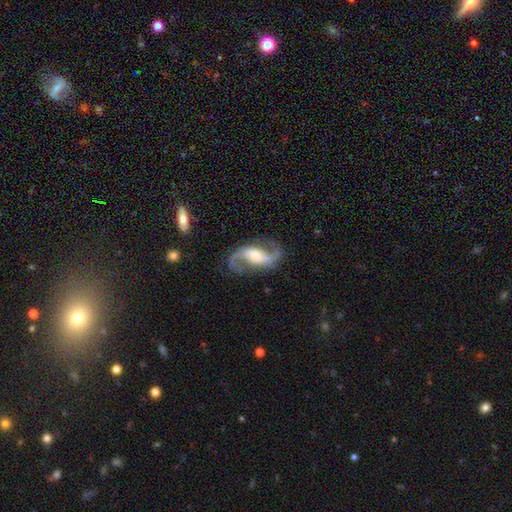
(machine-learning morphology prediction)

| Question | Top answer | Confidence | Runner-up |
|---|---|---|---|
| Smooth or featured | featured or disk | 91% | smooth (5%) |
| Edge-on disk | no | 97% | yes (3%) |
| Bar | weak | 39% | strong (32%) |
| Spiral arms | yes | 97% | no (3%) |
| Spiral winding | loose | 67% | medium (28%) |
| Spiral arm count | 2 | 94% | 1 (2%) |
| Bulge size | moderate | 55% | small (33%) |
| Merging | none | 79% | minor disturbance (12%) |